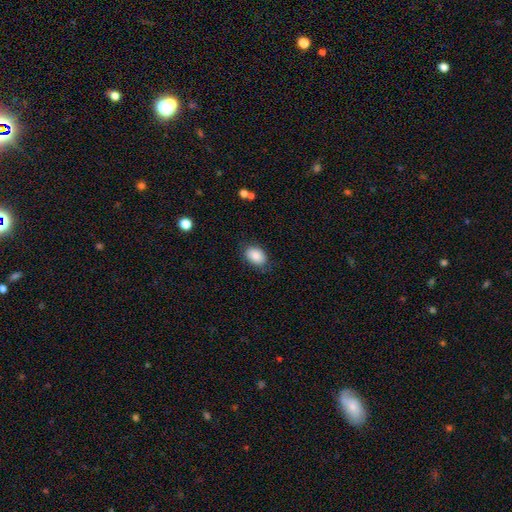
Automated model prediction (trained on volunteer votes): Smooth or featured?
  - smooth: 86% *
  - star or artifact: 7%
  - featured or disk: 7%
How rounded?
  - in between: 82% *
  - round: 17%
  - cigar-shaped: 1%
Merging?
  - none: 78% *
  - minor disturbance: 17%
  - major disturbance: 4%
  - merger: 1%